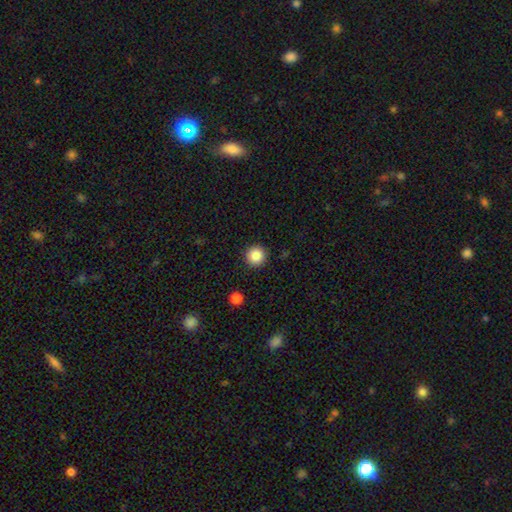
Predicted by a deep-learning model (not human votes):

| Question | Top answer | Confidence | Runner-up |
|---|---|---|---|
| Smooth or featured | smooth | 86% | star or artifact (10%) |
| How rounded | round | 95% | in between (4%) |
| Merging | none | 92% | minor disturbance (5%) |